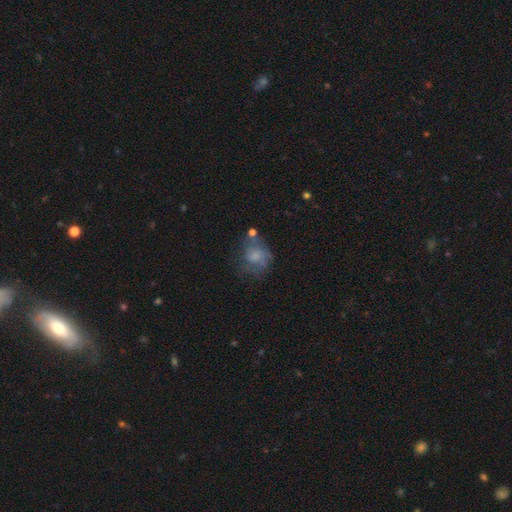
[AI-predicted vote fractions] This appears to be a smooth galaxy with no disk features (60%) that is round (63%). Merging: none (41%).